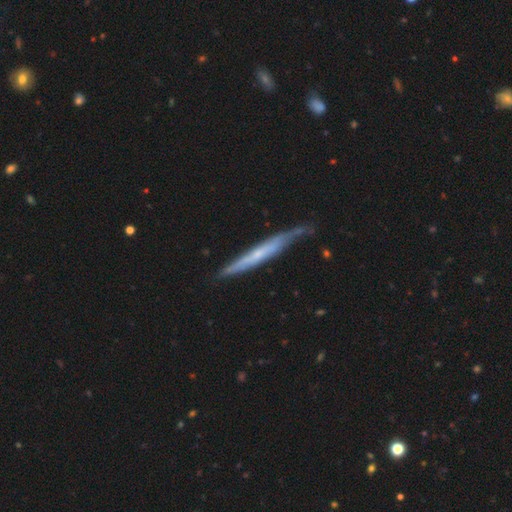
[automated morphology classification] This appears to be a featured or disk galaxy (63%) viewed edge-on (88%) with no central bulge (62%). Merging: none (67%).